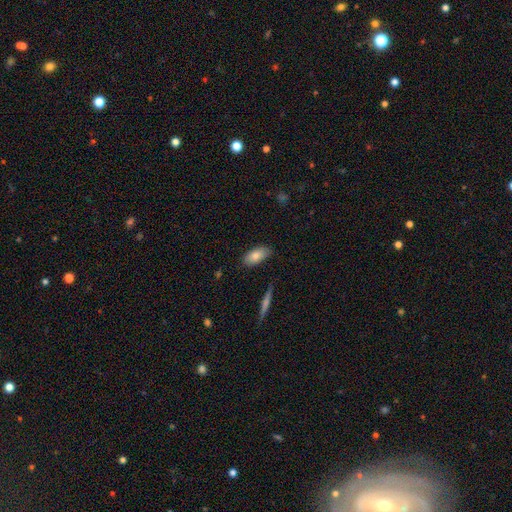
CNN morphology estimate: This is clearly a smooth galaxy (81%). How rounded: clearly in between (89%). Merging: clearly none (82%).